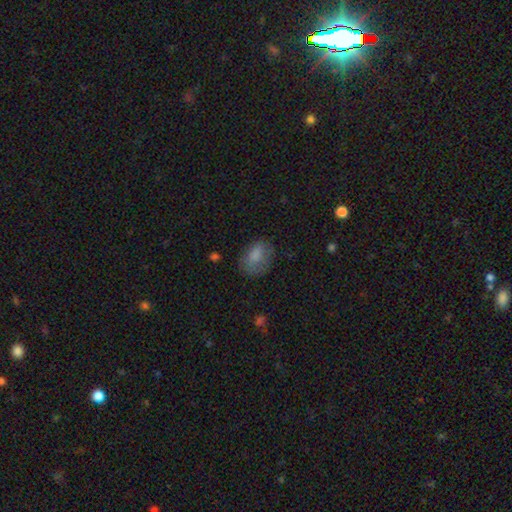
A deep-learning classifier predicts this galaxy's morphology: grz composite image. It shows a smooth galaxy with no disk features (79%) that is in between round and cigar-shaped (78%). Merging: none (61%).